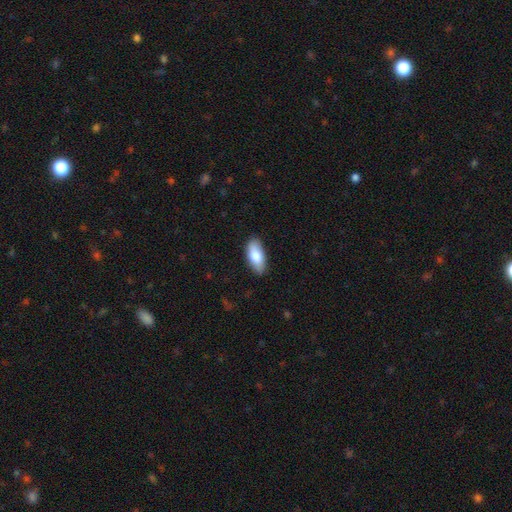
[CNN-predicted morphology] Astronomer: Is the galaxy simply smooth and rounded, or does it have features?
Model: smooth — 77%.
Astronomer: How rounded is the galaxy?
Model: in between — 86%.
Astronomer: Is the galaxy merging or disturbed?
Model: none — 83%.